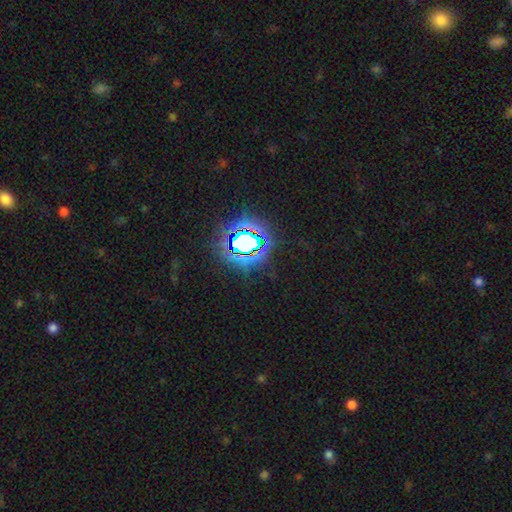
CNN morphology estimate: Smooth or featured? Predicted: star or artifact (p=0.82).